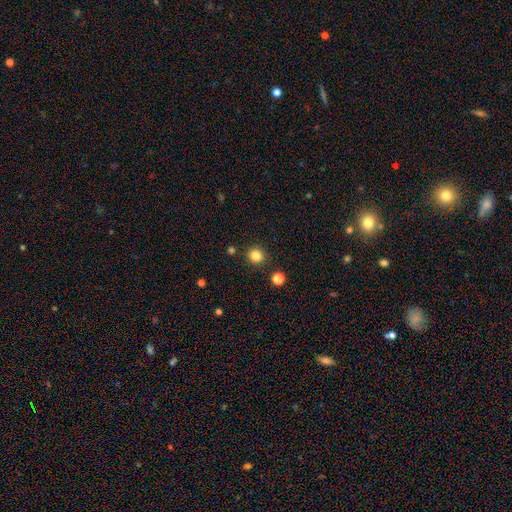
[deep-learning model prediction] Q: Smooth or featured?
A: smooth (83%); runner-up: star or artifact (13%)
Q: How rounded?
A: round (92%); runner-up: in between (7%)
Q: Merging?
A: none (89%); runner-up: minor disturbance (6%)